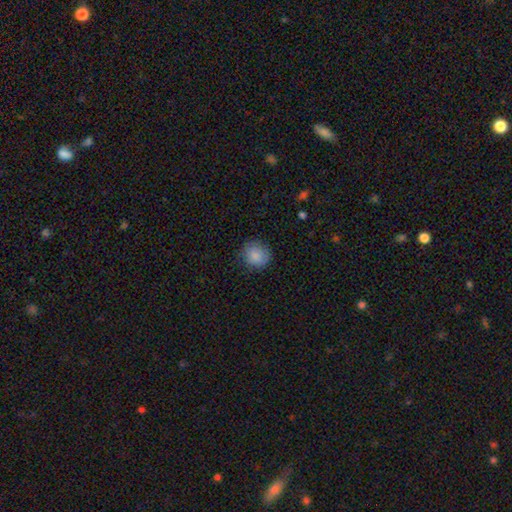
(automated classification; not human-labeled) This is clearly a smooth galaxy (87%). How rounded: clearly round (84%). Merging: clearly none (82%).